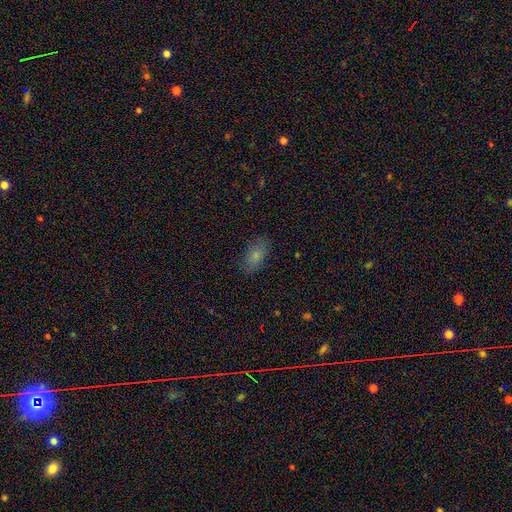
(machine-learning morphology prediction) Smooth or featured: smooth — 80% (featured or disk — 10%)
How rounded: in between — 91% (round — 5%)
Merging: none — 80% (minor disturbance — 15%)